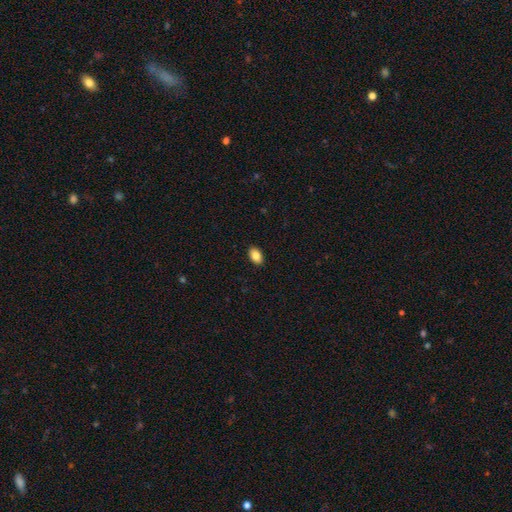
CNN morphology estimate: Smooth or featured: smooth — 86% (star or artifact — 8%)
How rounded: in between — 88% (round — 10%)
Merging: none — 90% (minor disturbance — 7%)